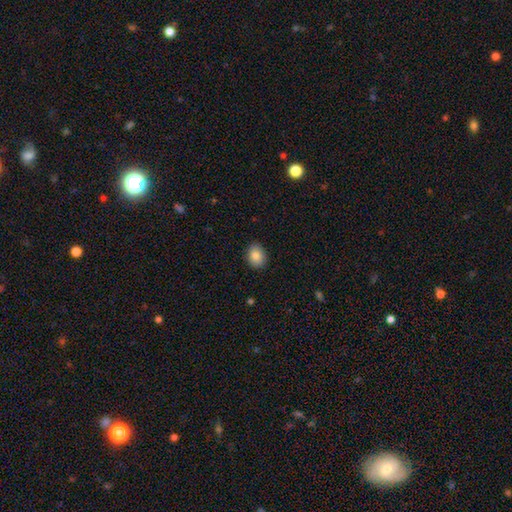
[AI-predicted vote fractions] Smooth or featured: smooth — 86% (star or artifact — 8%)
How rounded: in between — 61% (round — 38%)
Merging: none — 88% (minor disturbance — 9%)